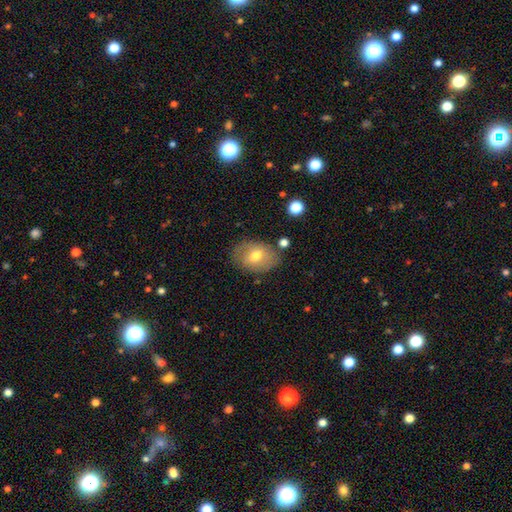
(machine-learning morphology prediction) Smooth or featured?
  - smooth: 62% *
  - featured or disk: 30%
  - star or artifact: 8%
How rounded?
  - in between: 73% *
  - round: 26%
  - cigar-shaped: 1%
Merging?
  - none: 75% *
  - minor disturbance: 17%
  - major disturbance: 5%
  - merger: 3%